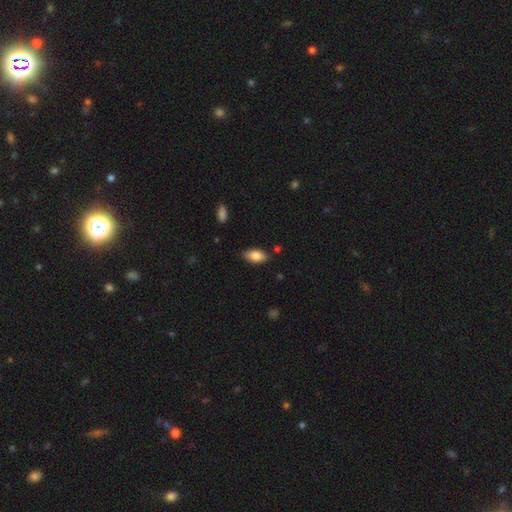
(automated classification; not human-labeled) Smooth or featured? smooth (82%)
How rounded? in between (92%)
Merging? none (82%)